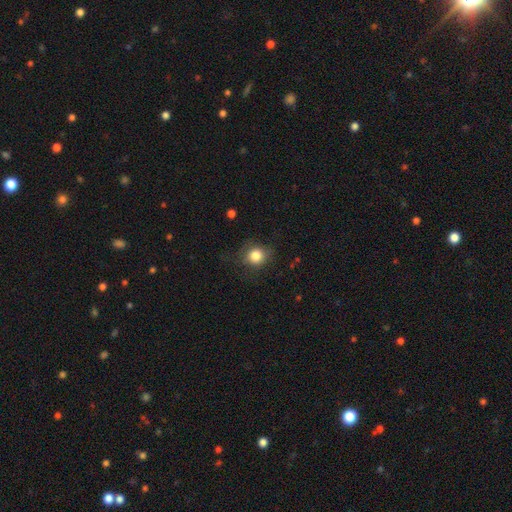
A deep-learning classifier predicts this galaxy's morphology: Q: Smooth or featured?
A: smooth (83%); runner-up: star or artifact (10%)
Q: How rounded?
A: round (82%); runner-up: in between (17%)
Q: Merging?
A: none (75%); runner-up: minor disturbance (17%)